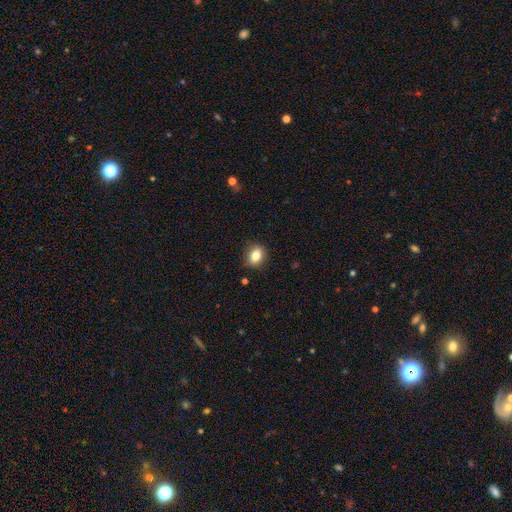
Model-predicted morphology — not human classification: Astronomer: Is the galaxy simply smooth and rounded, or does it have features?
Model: smooth — 82%.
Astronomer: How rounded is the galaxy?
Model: in between — 54% (runner-up: round, 44%).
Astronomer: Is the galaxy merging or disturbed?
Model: none — 87%.